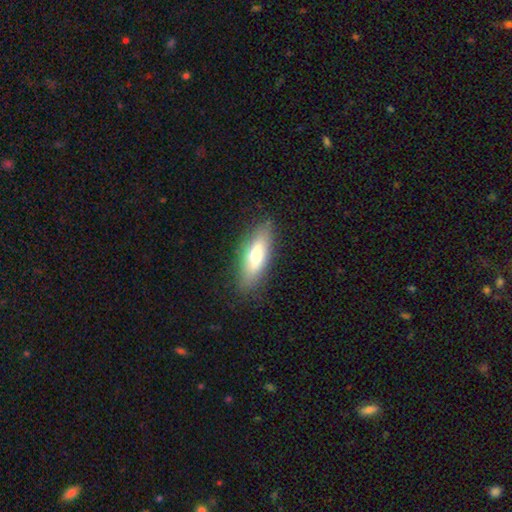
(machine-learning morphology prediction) type=smooth (65%); roundness=in between (55%); merging=none (85%).